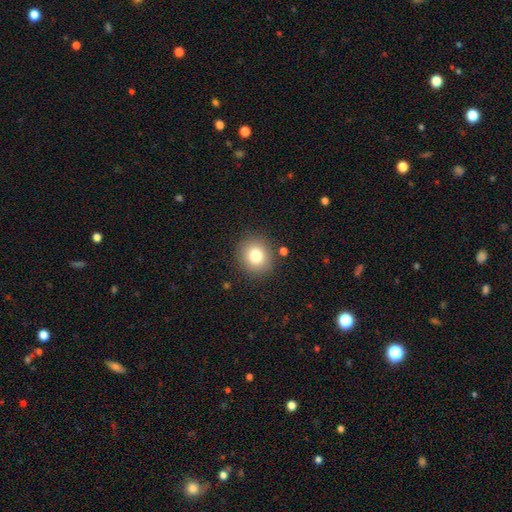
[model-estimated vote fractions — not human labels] smooth_or_featured: smooth (p=0.79) [alt: star or artifact p=0.11]
how_rounded: round (p=0.81) [alt: in between p=0.18]
merging: none (p=0.86) [alt: minor disturbance p=0.08]